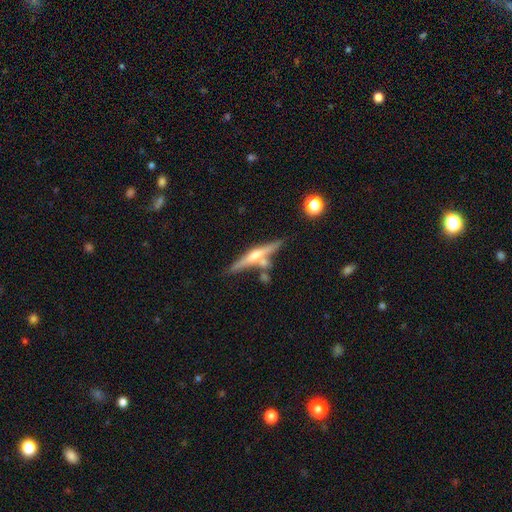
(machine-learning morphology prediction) This is likely a featured or disk galaxy (68%). It is clearly viewed edge-on (96%). Edge-on bulge: clearly rounded (84%). Merging: likely none (67%).